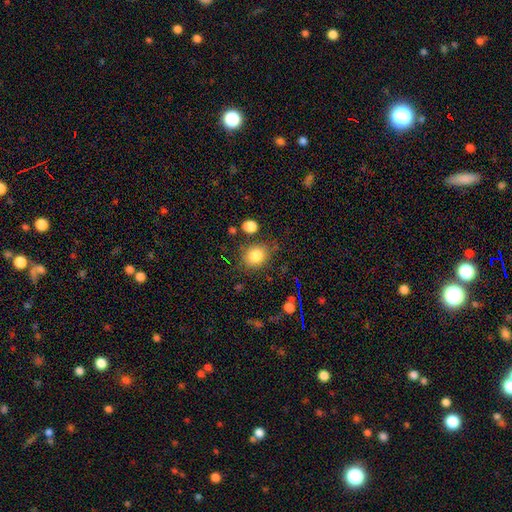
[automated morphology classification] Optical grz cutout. It shows a smooth galaxy with no disk features (83%) that is round (66%). Merging: none (75%).